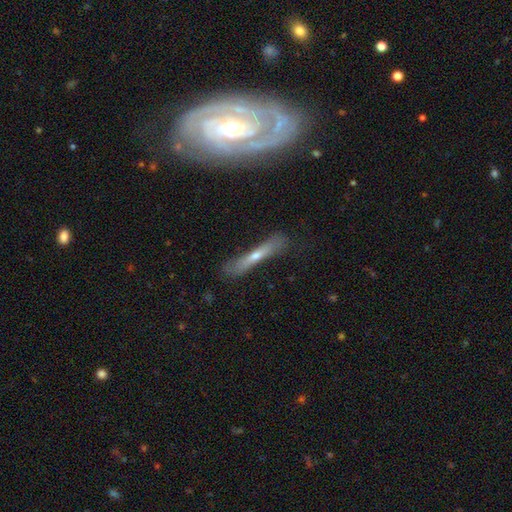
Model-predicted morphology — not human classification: Smooth or featured?
  - featured or disk: 49% *
  - smooth: 43%
  - star or artifact: 8%
Merging?
  - none: 73% *
  - minor disturbance: 19%
  - major disturbance: 6%
  - merger: 2%